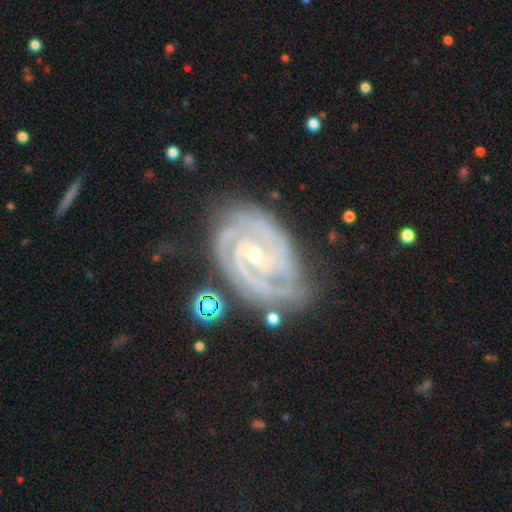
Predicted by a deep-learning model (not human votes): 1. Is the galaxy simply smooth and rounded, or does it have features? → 91% featured or disk, 5% star or artifact, 4% smooth.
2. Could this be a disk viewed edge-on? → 97% no, 3% yes.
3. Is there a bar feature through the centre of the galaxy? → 50% no, 35% weak, 15% strong.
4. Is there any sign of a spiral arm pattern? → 99% yes, 1% no.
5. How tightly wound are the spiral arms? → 77% tight, 21% medium, 2% loose.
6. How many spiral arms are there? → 37% 2, 36% 3, 9% can't tell, 9% 4, 4% more than 4, 4% 1.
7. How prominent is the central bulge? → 61% small, 35% moderate, 2% none, 1% large, 1% dominant.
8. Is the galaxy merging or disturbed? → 70% none, 21% minor disturbance, 7% major disturbance, 3% merger.